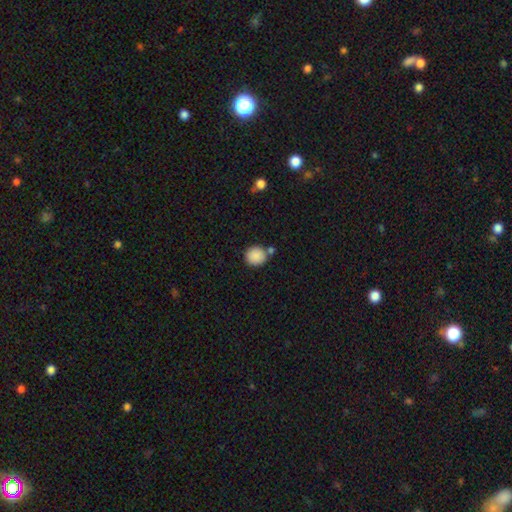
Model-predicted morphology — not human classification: Smooth or featured? smooth (88%)
How rounded? round (89%)
Merging? none (70%)